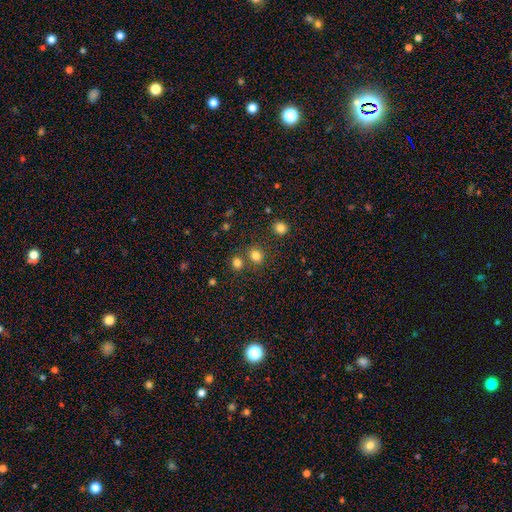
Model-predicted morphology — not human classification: smooth 80%, star or artifact 15%, featured or disk 5%. Down the decision tree: how rounded — round (66%); merging — none (68%).